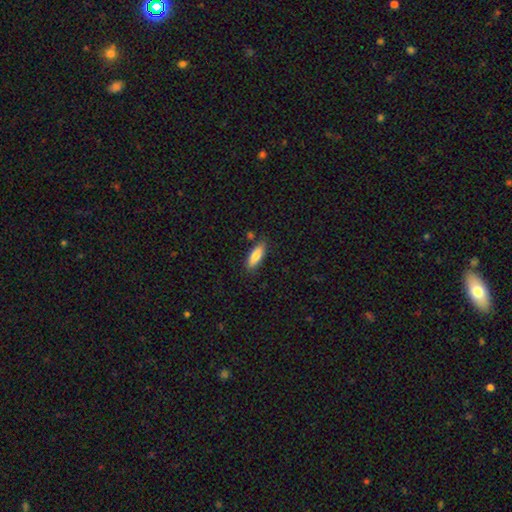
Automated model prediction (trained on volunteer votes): Overall: smooth (81%). How rounded: in between (61%; cigar-shaped 37%). Merging: none (79%).